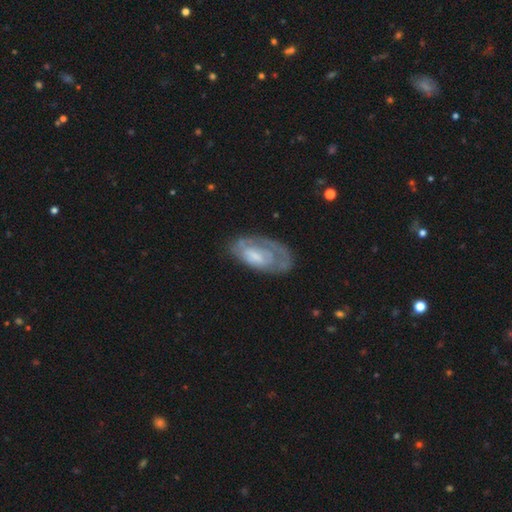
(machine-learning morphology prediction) type=featured or disk (58%); edge-on=no (93%); bar=no (65%); spiral arms=yes (61%); bulge=moderate (33%); merging=none (54%).